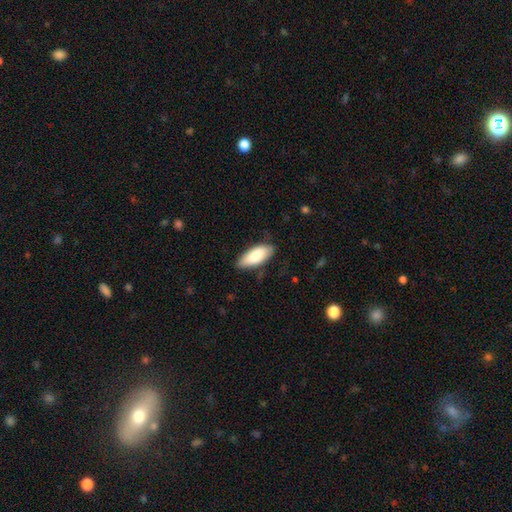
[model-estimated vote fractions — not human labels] smooth_or_featured: smooth (p=0.83) [alt: featured or disk p=0.11]
how_rounded: in between (p=0.83) [alt: cigar-shaped p=0.15]
merging: none (p=0.79) [alt: minor disturbance p=0.17]